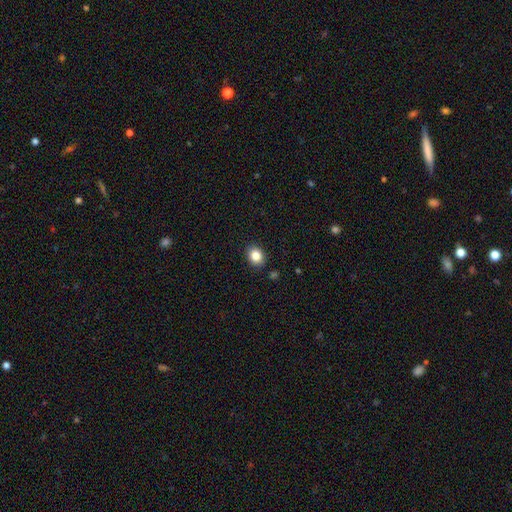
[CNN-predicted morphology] Smooth or featured? Predicted: smooth (p=0.84). How rounded? Predicted: round (p=0.51). Merging? Predicted: none (p=0.89).